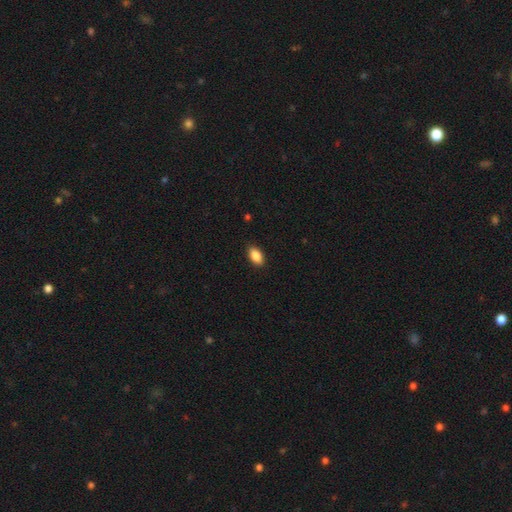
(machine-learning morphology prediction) This appears to be a smooth galaxy with no disk features (88%) that is in between round and cigar-shaped (92%). Merging: none (89%).